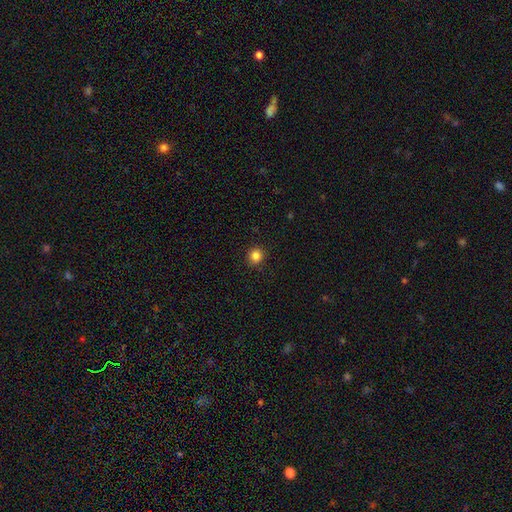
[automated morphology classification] This is clearly a smooth galaxy (85%). How rounded: clearly round (87%). Merging: clearly none (91%).